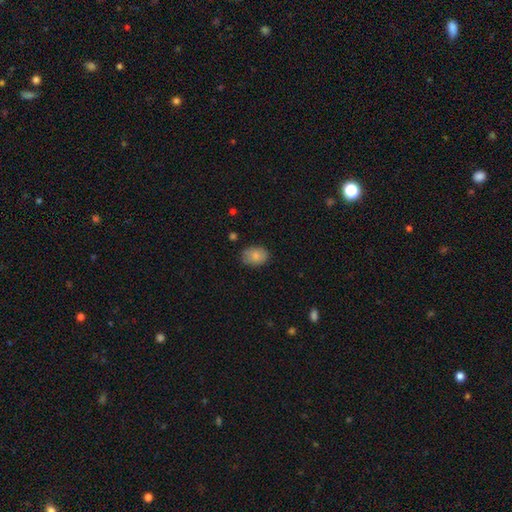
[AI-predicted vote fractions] Smooth or featured? smooth (84%)
How rounded? in between (74%)
Merging? none (81%)